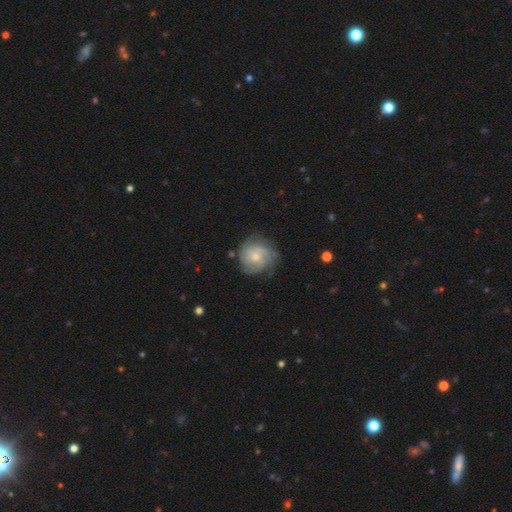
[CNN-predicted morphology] Smooth or featured?
  - featured or disk: 64% *
  - smooth: 29%
  - star or artifact: 7%
Edge-on disk?
  - no: 98% *
  - yes: 2%
Bar?
  - no: 77% *
  - weak: 20%
  - strong: 3%
Spiral arms?
  - yes: 88% *
  - no: 12%
Spiral winding?
  - tight: 55% *
  - medium: 33%
  - loose: 12%
Spiral arm count?
  - can't tell: 39% *
  - 3: 21%
  - 4: 14%
  - 2: 14%
  - more than 4: 6%
  - 1: 6%
Bulge size?
  - small: 63% *
  - moderate: 32%
  - none: 2%
  - large: 2%
  - dominant: 1%
Merging?
  - none: 70% *
  - minor disturbance: 20%
  - major disturbance: 8%
  - merger: 2%